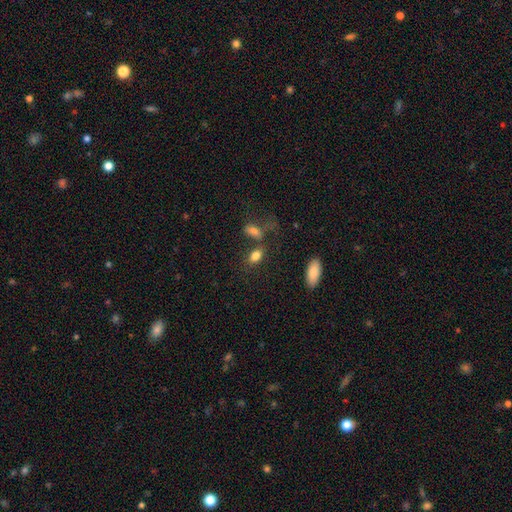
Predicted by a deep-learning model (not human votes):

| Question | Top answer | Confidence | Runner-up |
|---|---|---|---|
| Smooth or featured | smooth | 82% | star or artifact (9%) |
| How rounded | in between | 85% | round (10%) |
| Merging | none | 63% | merger (17%) |